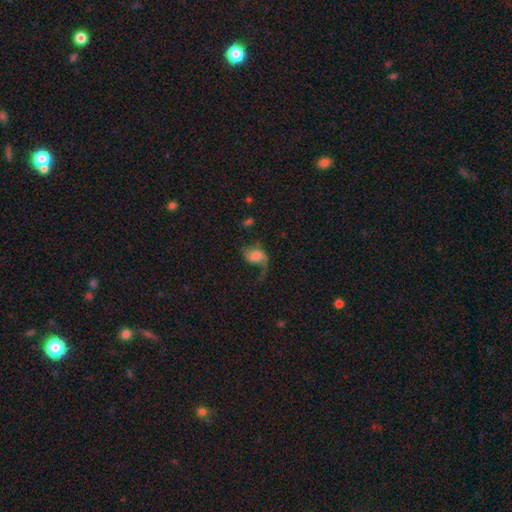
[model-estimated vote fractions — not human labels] Morphology: type=featured or disk (60%); edge-on=no (97%); bar=no (58%); spiral arms=yes (89%); winding=loose (75%); arm count=1 (49%); bulge=moderate (32%); merging=major disturbance (42%).